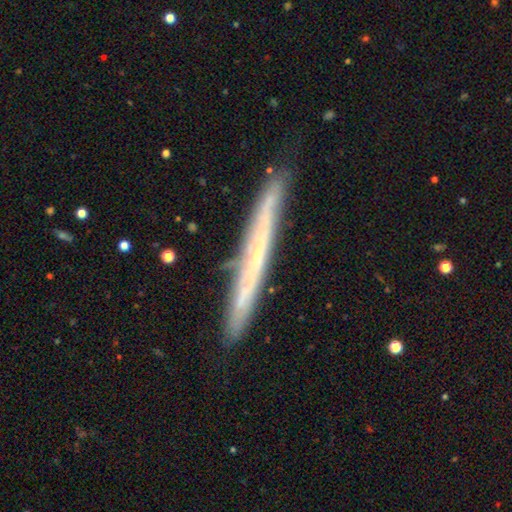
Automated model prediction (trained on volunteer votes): smooth-or-featured: featured or disk: 65% | smooth: 27% | star or artifact: 8%
  disk-edge-on: yes: 91% | no: 9%
    edge-on-bulge: none: 78% | rounded: 19% | boxy: 3%
  merging: none: 85% | minor disturbance: 11% | major disturbance: 2% | merger: 2%